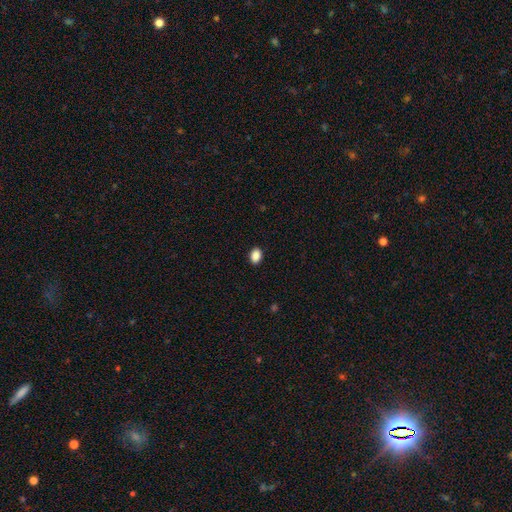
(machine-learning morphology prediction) Smooth or featured? smooth (89%)
How rounded? in between (78%)
Merging? none (90%)